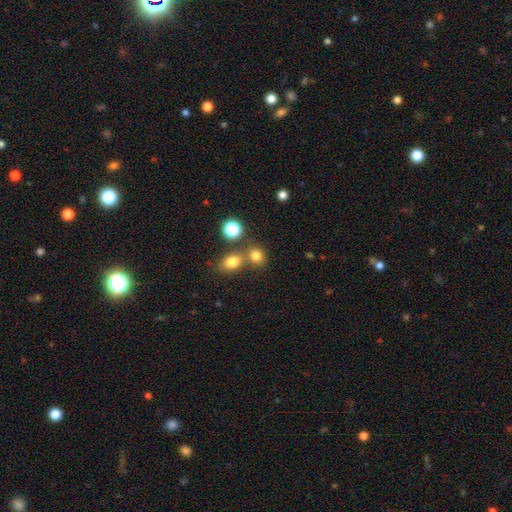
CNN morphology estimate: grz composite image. It shows a smooth galaxy with no disk features (78%) that is round (67%). Merging: none (60%).